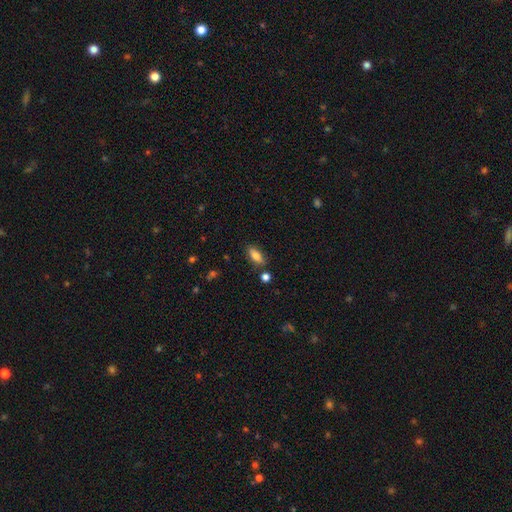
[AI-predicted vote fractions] Overall: smooth (80%). How rounded: in between (79%). Merging: none (81%).